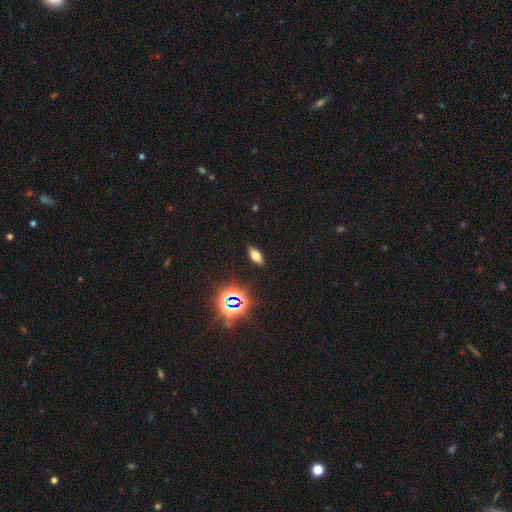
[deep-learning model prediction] A smooth galaxy with no disk features (61%) that is in between round and cigar-shaped (83%). Merging: none (89%).